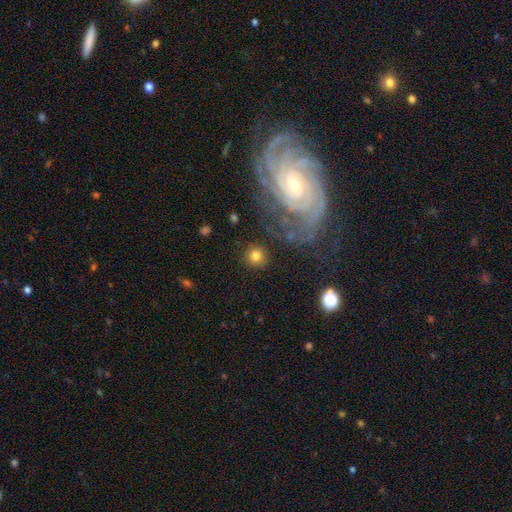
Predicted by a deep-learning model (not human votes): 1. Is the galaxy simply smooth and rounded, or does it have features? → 78% smooth, 12% featured or disk, 10% star or artifact.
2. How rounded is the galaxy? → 93% round, 6% in between, 1% cigar-shaped.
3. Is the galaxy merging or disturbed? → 87% none, 7% minor disturbance, 4% major disturbance, 3% merger.